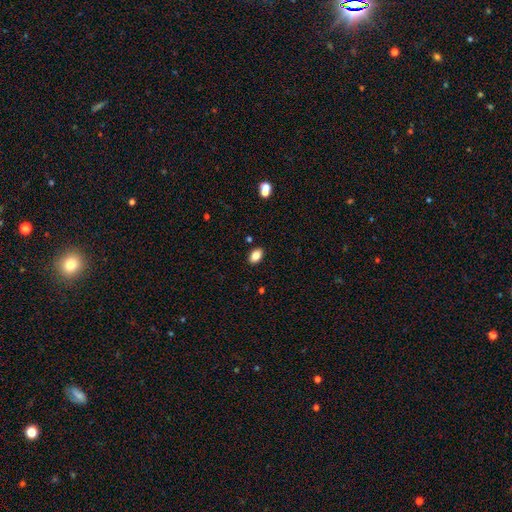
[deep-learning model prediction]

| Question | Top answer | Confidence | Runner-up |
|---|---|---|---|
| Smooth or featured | smooth | 85% | star or artifact (9%) |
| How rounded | in between | 88% | round (11%) |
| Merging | none | 88% | minor disturbance (8%) |